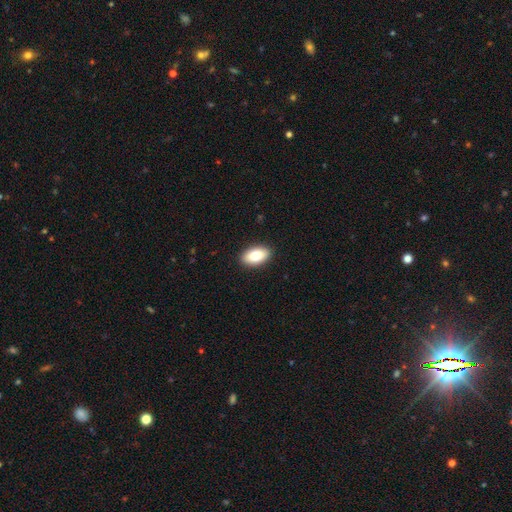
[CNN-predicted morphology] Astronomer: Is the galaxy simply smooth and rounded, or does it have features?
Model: smooth — 81%.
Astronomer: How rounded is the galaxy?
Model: in between — 93%.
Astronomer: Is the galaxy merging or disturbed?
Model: none — 90%.